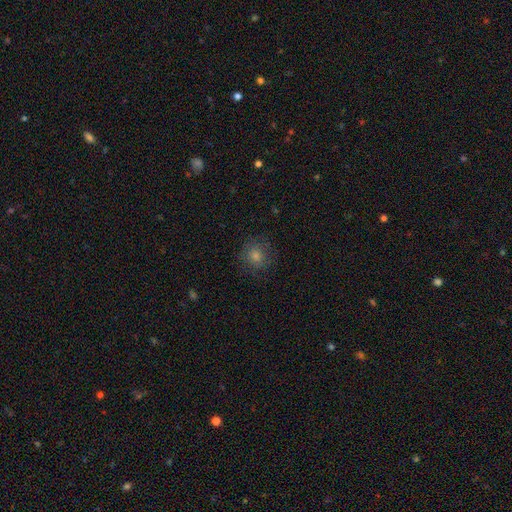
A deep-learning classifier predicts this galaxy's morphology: smooth_or_featured: smooth (p=0.60) [alt: star or artifact p=0.22]
how_rounded: round (p=0.89) [alt: in between p=0.10]
merging: none (p=0.83) [alt: minor disturbance p=0.11]